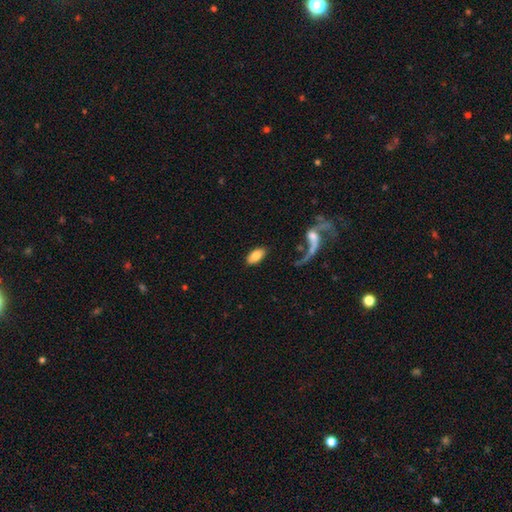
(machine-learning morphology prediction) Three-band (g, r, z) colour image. It shows a smooth galaxy with no disk features (77%) that is in between round and cigar-shaped (94%). Merging: none (80%).